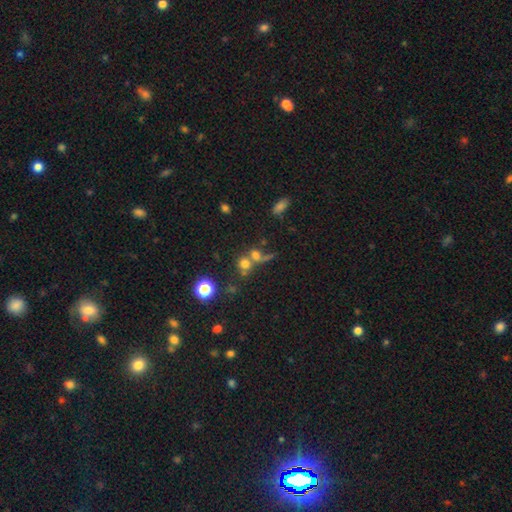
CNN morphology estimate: A smooth galaxy with no disk features (65%) that is round (75%).

Vote fractions:
- Smooth or featured? smooth: 65% / star or artifact: 19% / featured or disk: 16%
- How rounded? round: 75% / in between: 22% / cigar-shaped: 2%
- Merging? merger: 52% / none: 32% / major disturbance: 9% / minor disturbance: 8%